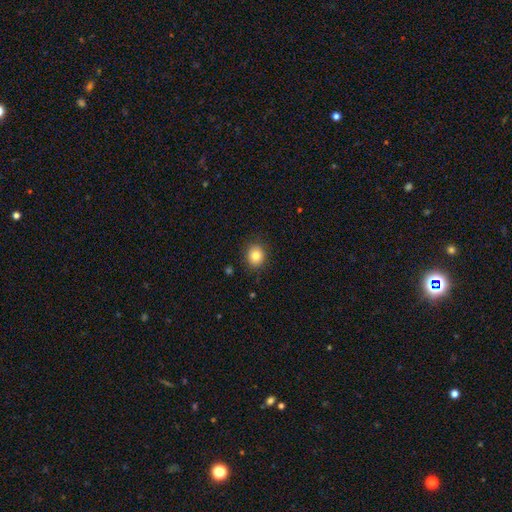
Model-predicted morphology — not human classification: Smooth or featured?
  - smooth: 82% *
  - star or artifact: 10%
  - featured or disk: 7%
How rounded?
  - round: 73% *
  - in between: 26%
  - cigar-shaped: 1%
Merging?
  - none: 88% *
  - minor disturbance: 9%
  - major disturbance: 2%
  - merger: 1%